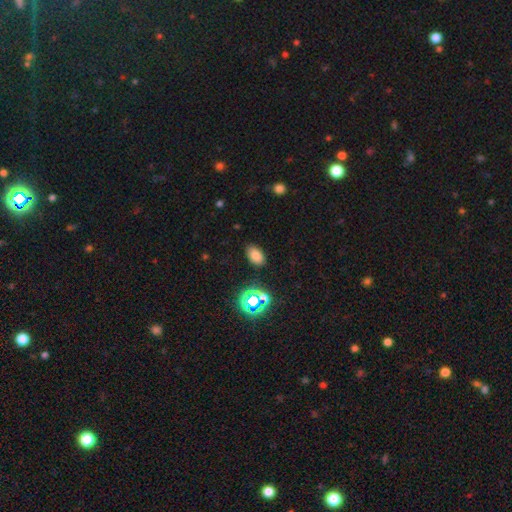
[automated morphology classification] smooth 73%, star or artifact 20%, featured or disk 7%. Down the decision tree: how rounded — in between (89%); merging — none (87%).